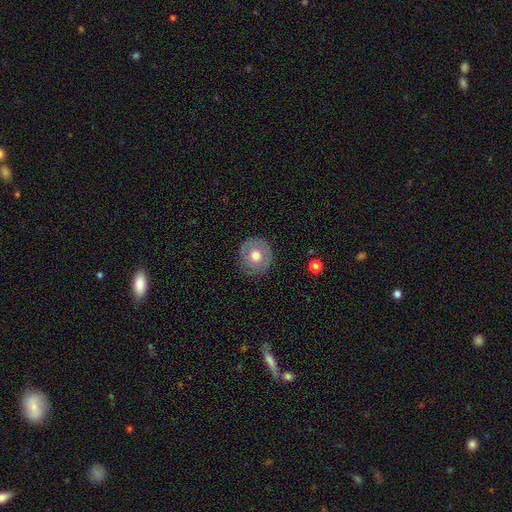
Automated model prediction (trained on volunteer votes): Q: Smooth or featured?
A: smooth (63%); runner-up: featured or disk (29%)
Q: How rounded?
A: round (91%); runner-up: in between (8%)
Q: Merging?
A: none (86%); runner-up: minor disturbance (10%)